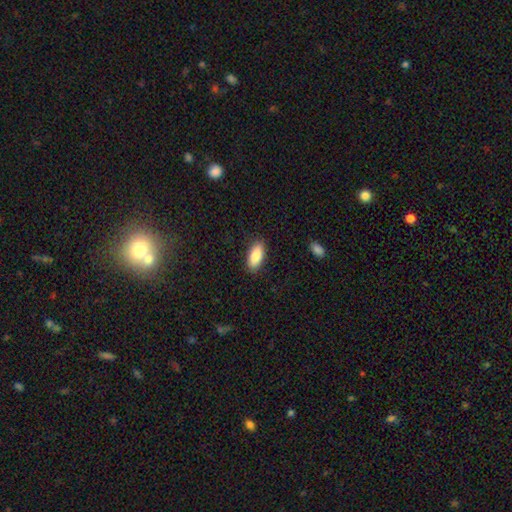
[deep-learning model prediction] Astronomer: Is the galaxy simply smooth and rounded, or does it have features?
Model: smooth — 86%.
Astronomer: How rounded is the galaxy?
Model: in between — 85%.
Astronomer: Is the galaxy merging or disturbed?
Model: none — 88%.